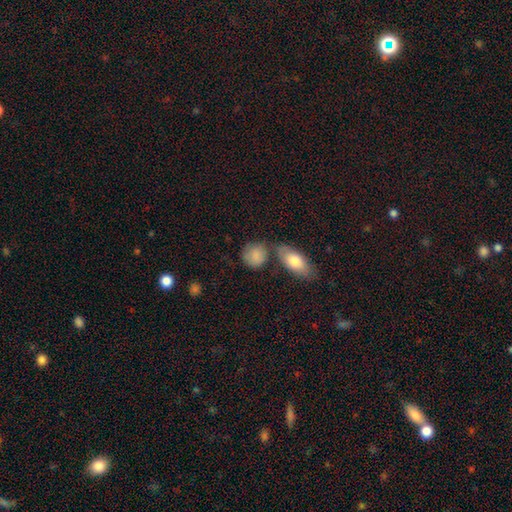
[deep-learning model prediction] Smooth or featured?
  - smooth: 84% *
  - featured or disk: 9%
  - star or artifact: 6%
How rounded?
  - round: 67% *
  - in between: 31%
  - cigar-shaped: 2%
Merging?
  - none: 59% *
  - minor disturbance: 18%
  - merger: 17%
  - major disturbance: 6%